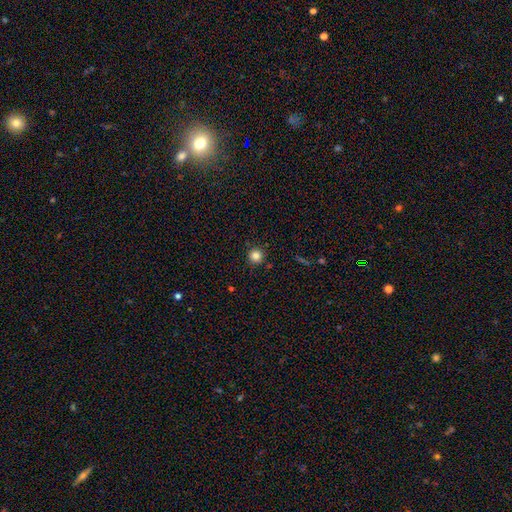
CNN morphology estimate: smooth 82%, star or artifact 13%, featured or disk 5%. Down the decision tree: how rounded — round (95%); merging — none (90%).